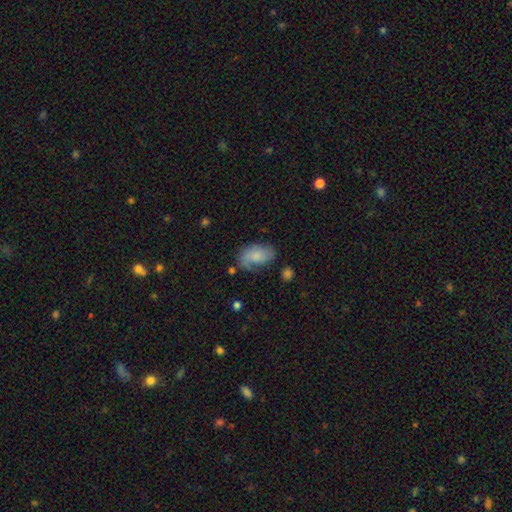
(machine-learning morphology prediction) smooth_or_featured: smooth (p=0.62) [alt: featured or disk p=0.30]
how_rounded: in between (p=0.91) [alt: round p=0.07]
merging: none (p=0.54) [alt: minor disturbance p=0.29]